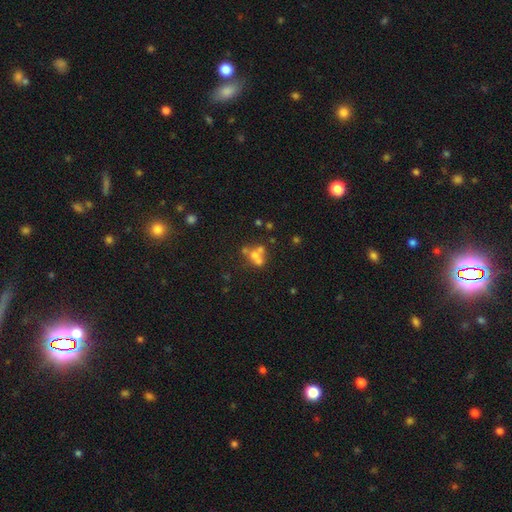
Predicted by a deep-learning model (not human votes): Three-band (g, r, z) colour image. It shows a smooth galaxy with no disk features (46%). Merging: merger (45%).